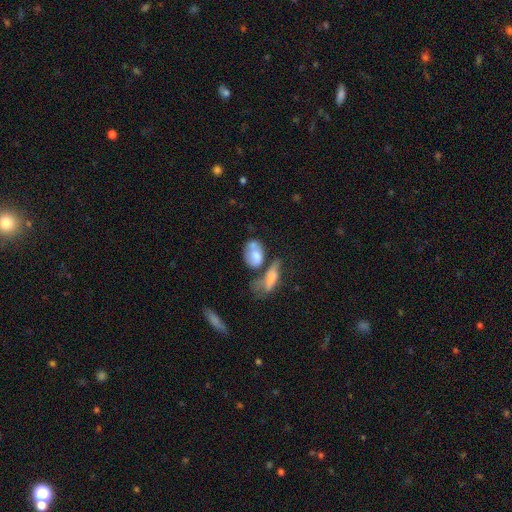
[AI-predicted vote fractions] Morphology: type=smooth (60%); roundness=in between (75%); merging=merger (42%).